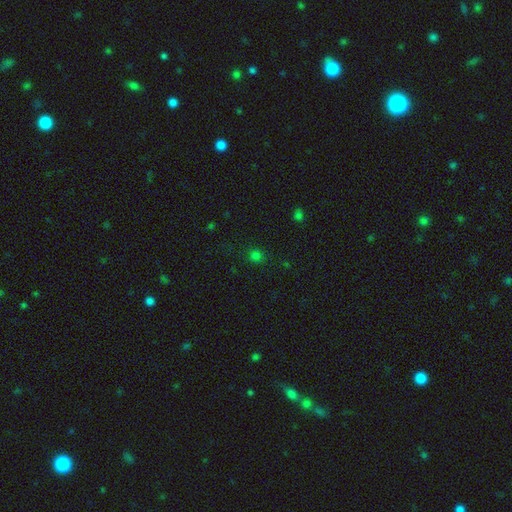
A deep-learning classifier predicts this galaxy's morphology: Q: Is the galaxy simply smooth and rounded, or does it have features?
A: smooth — 74%.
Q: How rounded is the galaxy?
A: round — 88%.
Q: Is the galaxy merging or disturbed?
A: none — 87%.